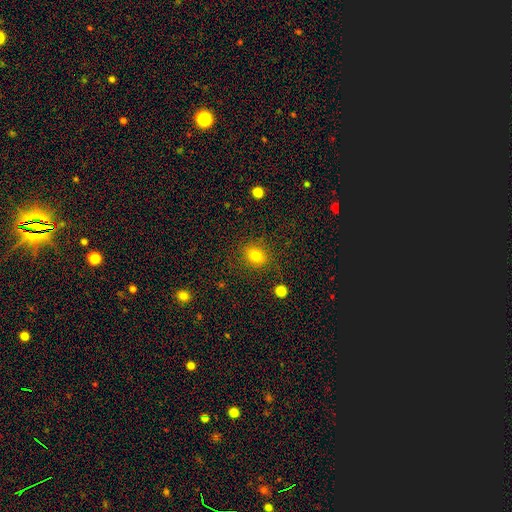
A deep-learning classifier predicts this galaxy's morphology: Smooth or featured?
  - smooth: 80% *
  - star or artifact: 12%
  - featured or disk: 7%
How rounded?
  - round: 50% *
  - in between: 49%
  - cigar-shaped: 1%
Merging?
  - none: 85% *
  - minor disturbance: 10%
  - major disturbance: 3%
  - merger: 2%